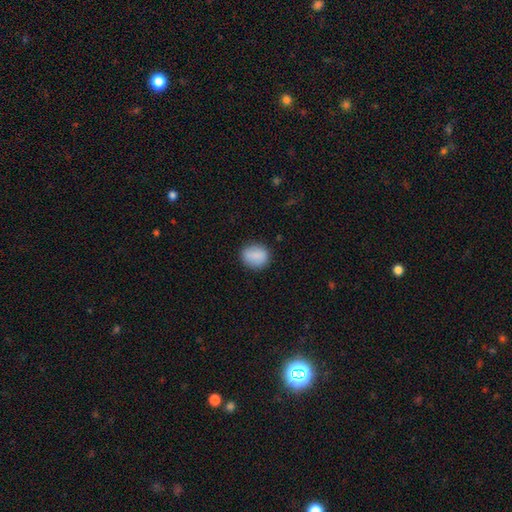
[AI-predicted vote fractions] Overall: smooth (86%). How rounded: round (67%; in between 32%). Merging: none (86%).